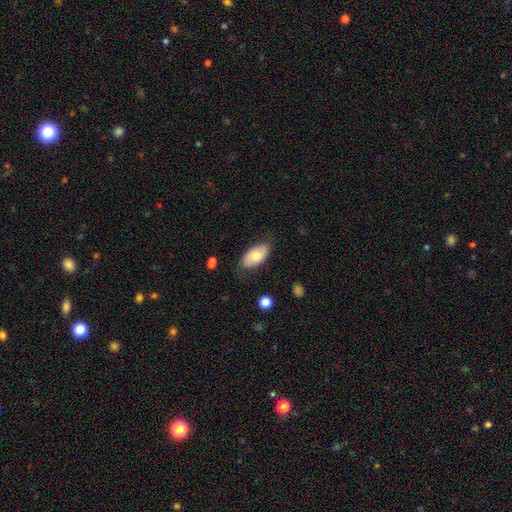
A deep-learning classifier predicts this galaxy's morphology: Overall: smooth (69%). How rounded: in between (94%). Merging: none (76%).